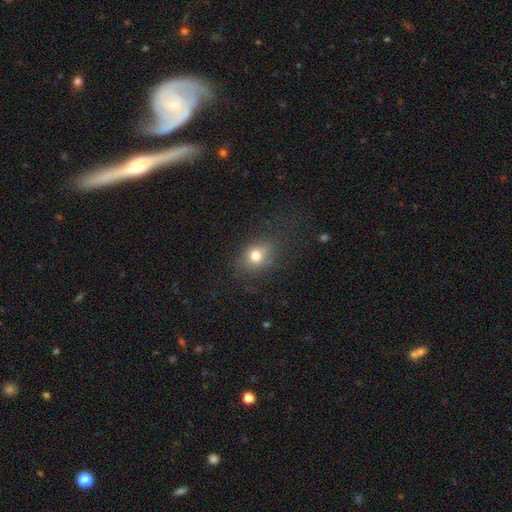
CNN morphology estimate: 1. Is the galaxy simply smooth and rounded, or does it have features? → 75% smooth, 14% star or artifact, 12% featured or disk.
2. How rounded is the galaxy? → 51% round, 47% in between, 2% cigar-shaped.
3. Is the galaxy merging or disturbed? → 68% none, 19% minor disturbance, 10% major disturbance, 3% merger.